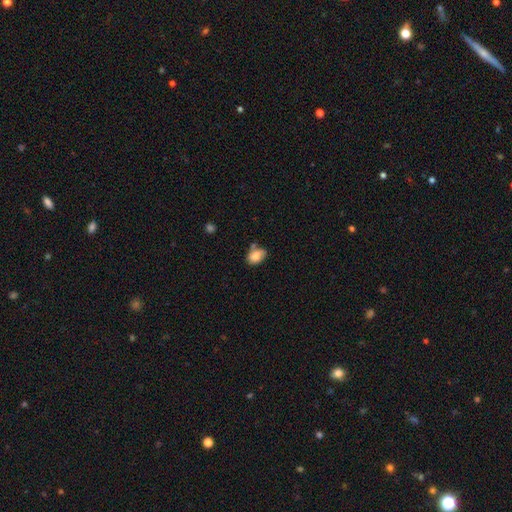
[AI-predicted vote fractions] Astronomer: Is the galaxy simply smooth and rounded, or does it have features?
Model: smooth — 78%.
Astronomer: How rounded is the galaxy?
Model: in between — 79%.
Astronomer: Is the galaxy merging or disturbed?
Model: none — 46% (runner-up: minor disturbance, 28%).